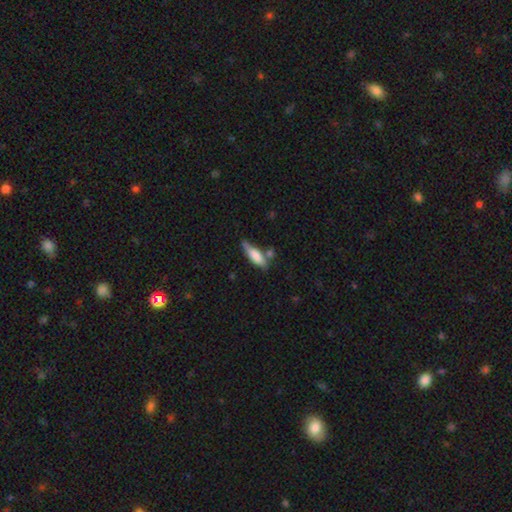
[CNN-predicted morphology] smooth 72%, featured or disk 21%, star or artifact 6%. Down the decision tree: how rounded — cigar-shaped (51%); merging — none (53%).